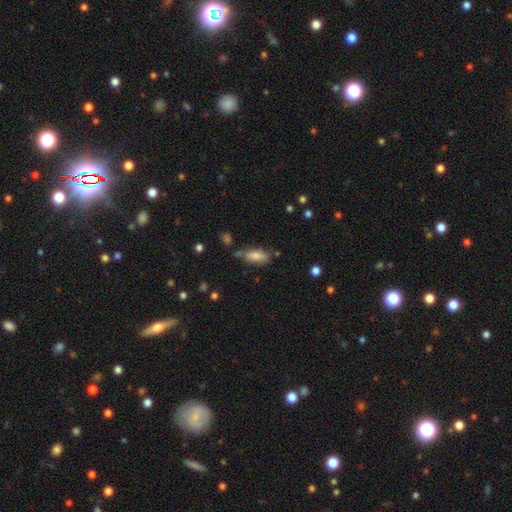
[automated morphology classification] Smooth or featured? Predicted: smooth (p=0.77). How rounded? Predicted: in between (p=0.81). Merging? Predicted: none (p=0.62).